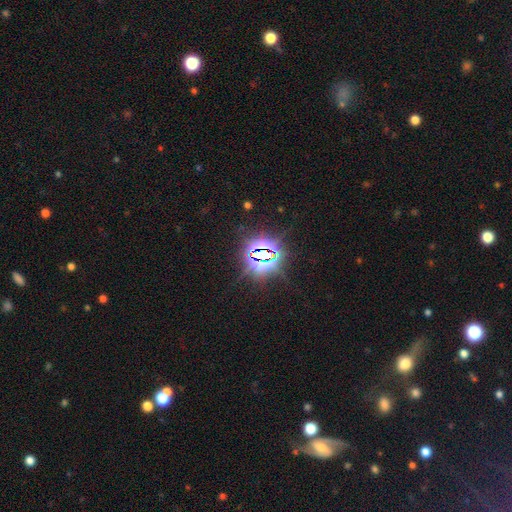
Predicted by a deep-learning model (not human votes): star or artifact 82%, smooth 10%, featured or disk 8%.